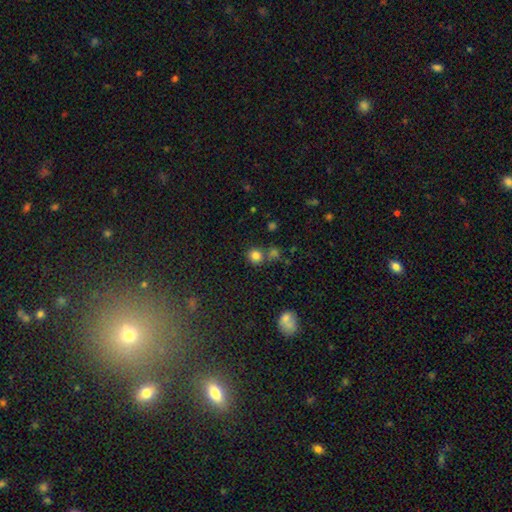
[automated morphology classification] Smooth or featured?
  - smooth: 80% *
  - star or artifact: 14%
  - featured or disk: 5%
How rounded?
  - round: 85% *
  - in between: 14%
  - cigar-shaped: 1%
Merging?
  - none: 69% *
  - merger: 18%
  - minor disturbance: 9%
  - major disturbance: 4%